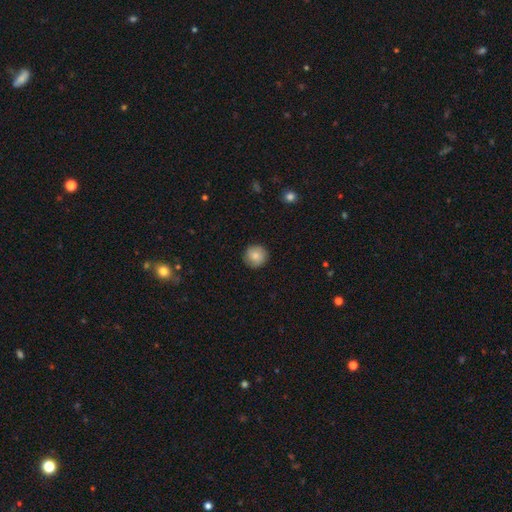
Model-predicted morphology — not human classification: Smooth or featured? smooth (83%)
How rounded? round (95%)
Merging? none (90%)